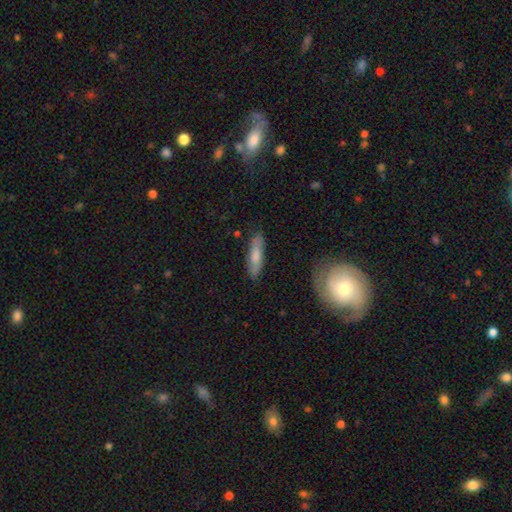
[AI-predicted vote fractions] This appears to be a smooth galaxy with no disk features (68%) that is cigar-shaped (69%). Merging: none (81%).